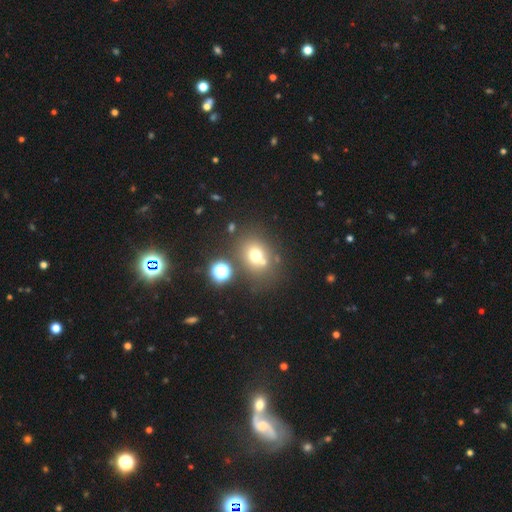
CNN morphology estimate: Smooth or featured?
  - smooth: 67% *
  - star or artifact: 18%
  - featured or disk: 15%
How rounded?
  - round: 63% *
  - in between: 36%
  - cigar-shaped: 1%
Merging?
  - none: 62% *
  - merger: 20%
  - minor disturbance: 12%
  - major disturbance: 6%